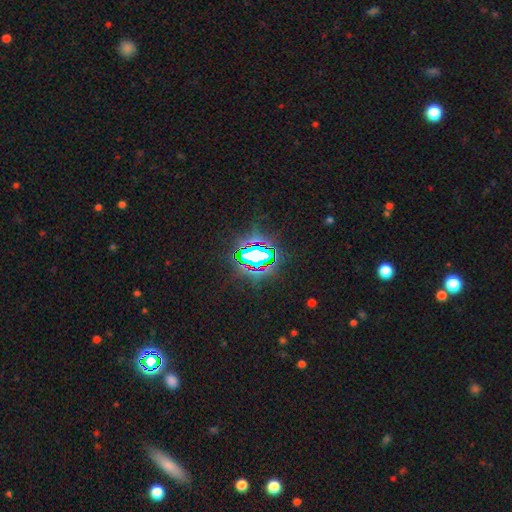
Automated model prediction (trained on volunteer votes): Q: Smooth or featured?
A: star or artifact (75%); runner-up: smooth (13%)